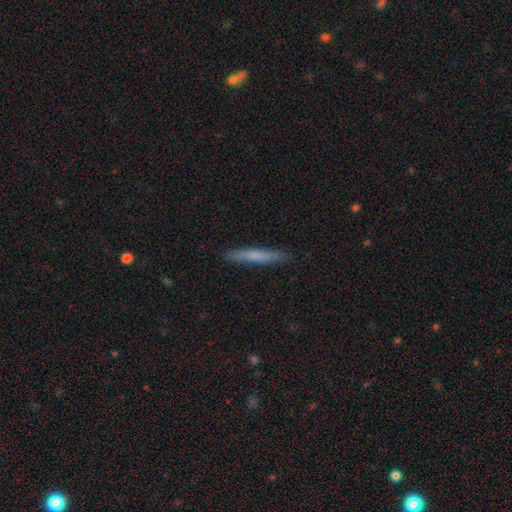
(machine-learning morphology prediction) smooth 64%, featured or disk 30%, star or artifact 6%. Down the decision tree: how rounded — cigar-shaped (95%); merging — none (90%).